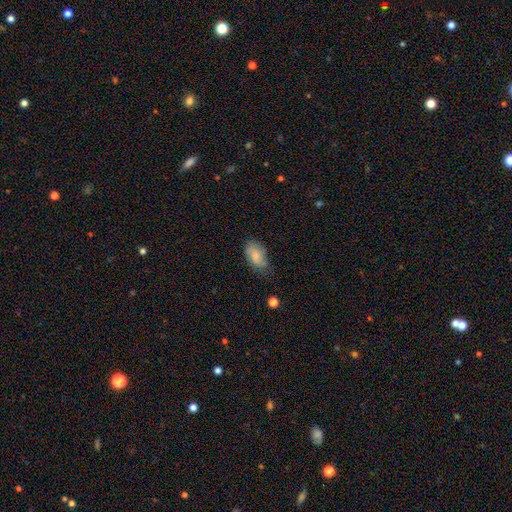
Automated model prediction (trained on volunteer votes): A smooth galaxy with no disk features (76%) that is in between round and cigar-shaped (92%). Merging: none (52%).